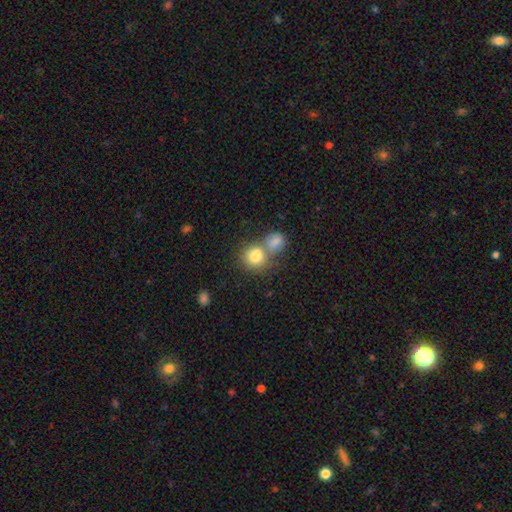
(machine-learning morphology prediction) Q: Smooth or featured?
A: smooth (81%); runner-up: featured or disk (10%)
Q: How rounded?
A: round (75%); runner-up: in between (24%)
Q: Merging?
A: merger (52%); runner-up: none (35%)